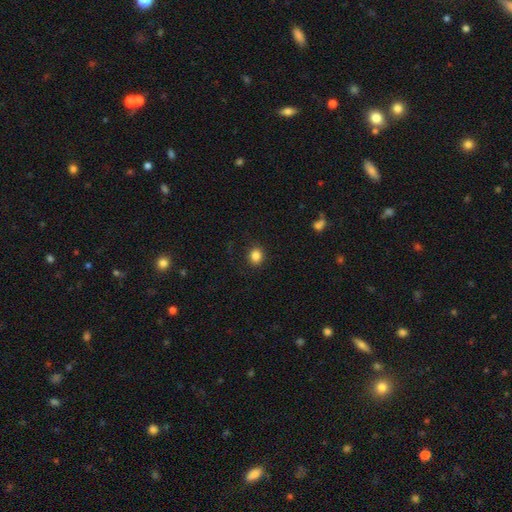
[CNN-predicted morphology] This appears to be a smooth galaxy with no disk features (86%) that is round (74%). Merging: none (89%).